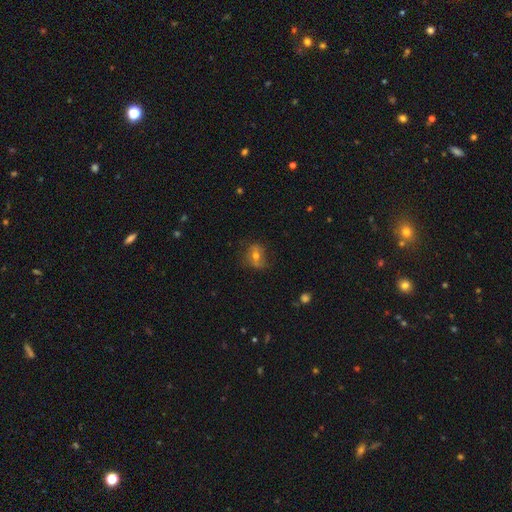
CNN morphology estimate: smooth_or_featured: smooth (p=0.48) [alt: featured or disk p=0.39]
merging: none (p=0.66) [alt: minor disturbance p=0.23]